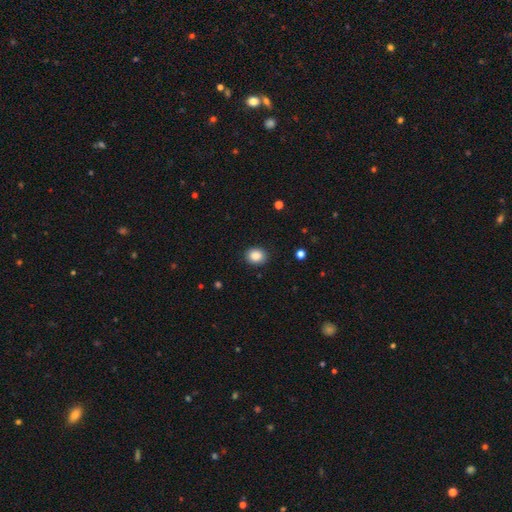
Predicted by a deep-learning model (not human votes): smooth_or_featured: smooth (p=0.87) [alt: star or artifact p=0.09]
how_rounded: round (p=0.63) [alt: in between p=0.36]
merging: none (p=0.89) [alt: minor disturbance p=0.08]